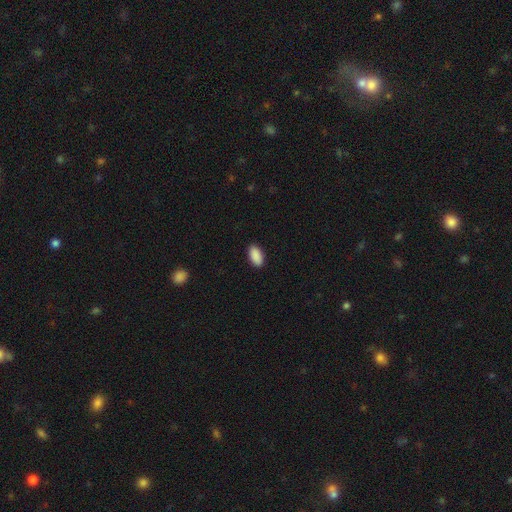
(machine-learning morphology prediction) Smooth or featured? smooth (91%)
How rounded? in between (94%)
Merging? none (90%)